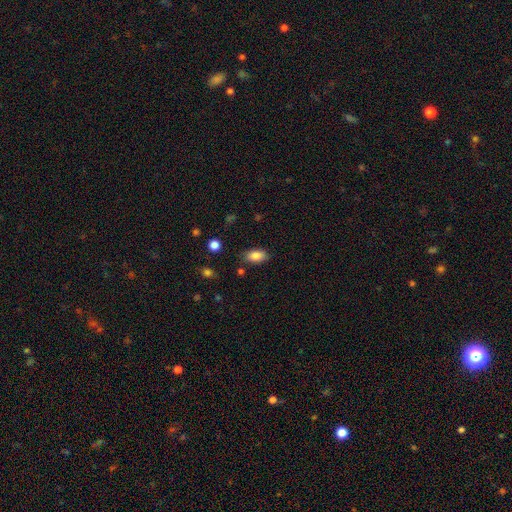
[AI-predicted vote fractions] A smooth galaxy with no disk features (84%) that is in between round and cigar-shaped (91%).

Vote fractions:
- Smooth or featured? smooth: 84% / star or artifact: 8% / featured or disk: 8%
- How rounded? in between: 91% / round: 5% / cigar-shaped: 4%
- Merging? none: 82% / minor disturbance: 12% / major disturbance: 3% / merger: 3%